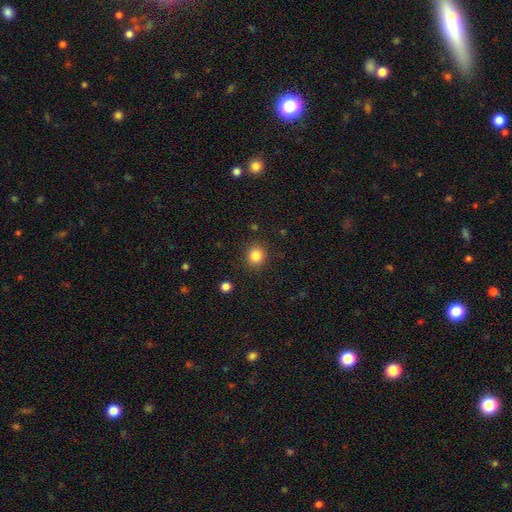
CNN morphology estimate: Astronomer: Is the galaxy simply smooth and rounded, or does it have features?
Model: smooth — 85%.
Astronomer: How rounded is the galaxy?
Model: round — 83%.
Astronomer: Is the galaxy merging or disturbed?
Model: none — 88%.